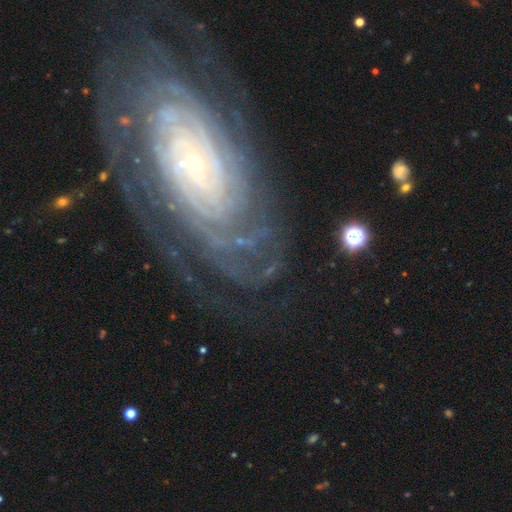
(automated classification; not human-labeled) Q: Smooth or featured?
A: featured or disk (88%); runner-up: star or artifact (7%)
Q: Edge-on disk?
A: no (94%); runner-up: yes (6%)
Q: Bar?
A: no (67%); runner-up: weak (22%)
Q: Spiral arms?
A: yes (98%); runner-up: no (2%)
Q: Spiral winding?
A: tight (83%); runner-up: medium (14%)
Q: Spiral arm count?
A: more than 4 (31%); runner-up: can't tell (25%)
Q: Bulge size?
A: small (81%); runner-up: moderate (11%)
Q: Merging?
A: none (76%); runner-up: minor disturbance (15%)